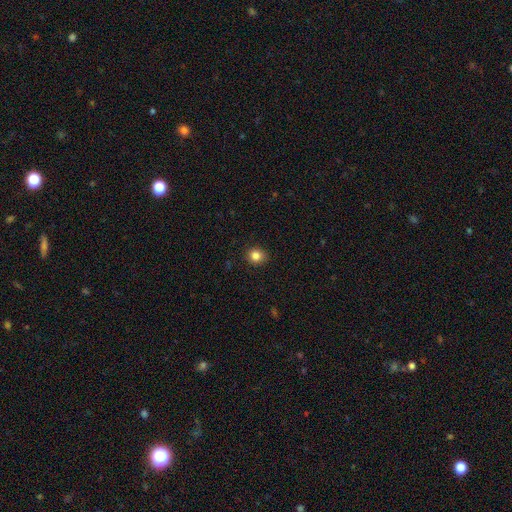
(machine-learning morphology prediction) This is clearly a smooth galaxy (84%). How rounded: likely round (75%). Merging: clearly none (89%).